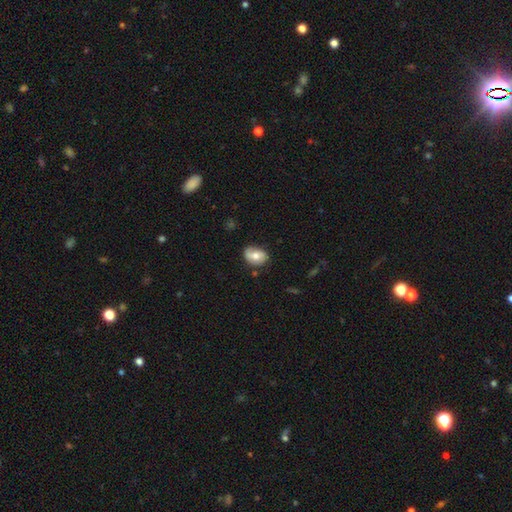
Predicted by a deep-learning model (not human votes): Morphology: type=smooth (51%); roundness=in between (71%); merging=none (70%).